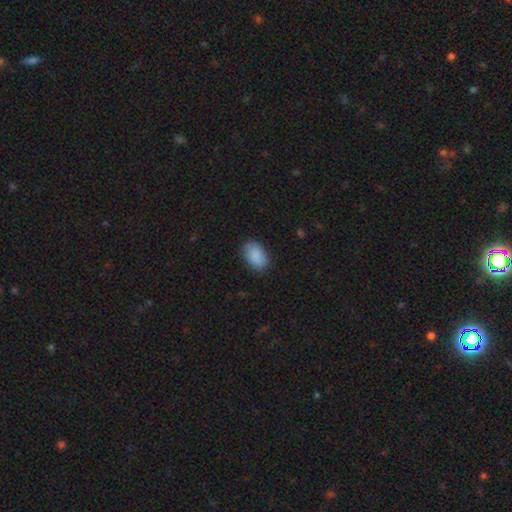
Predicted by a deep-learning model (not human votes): Overall: smooth (89%). How rounded: in between (89%). Merging: none (84%).